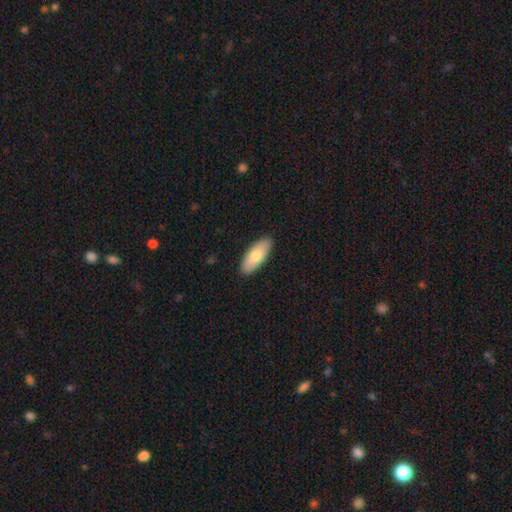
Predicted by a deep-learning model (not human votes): Morphology: type=smooth (76%); roundness=in between (83%); merging=none (90%).